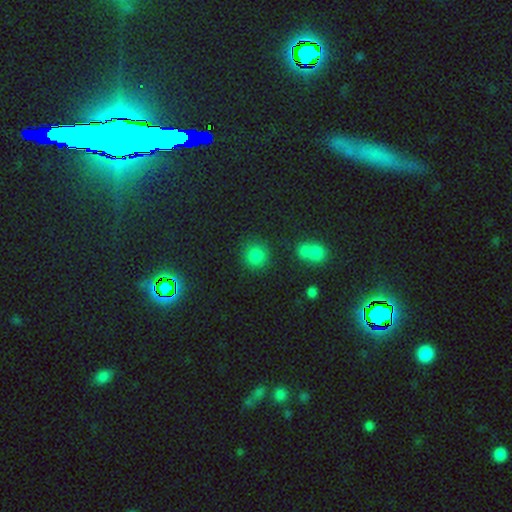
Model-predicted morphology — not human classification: Smooth or featured: smooth — 78% (star or artifact — 17%)
How rounded: round — 90% (in between — 9%)
Merging: none — 83% (minor disturbance — 9%)